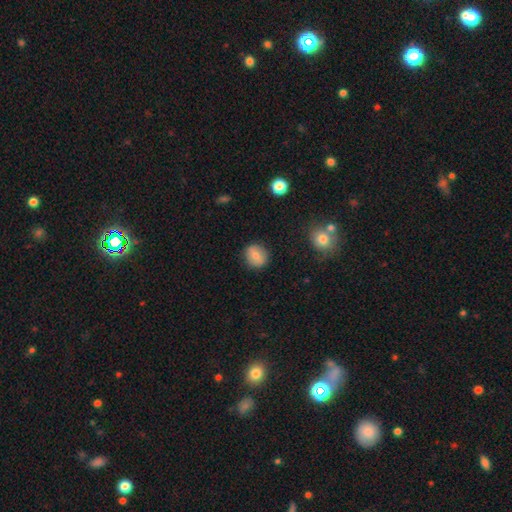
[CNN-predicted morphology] Smooth or featured?
  - smooth: 75% *
  - featured or disk: 17%
  - star or artifact: 9%
How rounded?
  - round: 83% *
  - in between: 16%
  - cigar-shaped: 1%
Merging?
  - none: 87% *
  - minor disturbance: 9%
  - major disturbance: 2%
  - merger: 1%